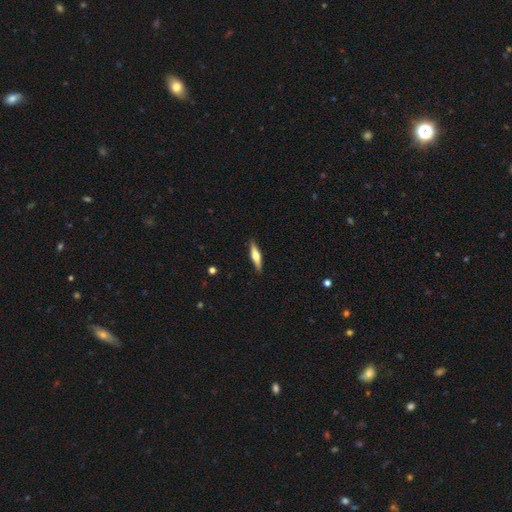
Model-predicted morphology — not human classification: The model was most divided on "smooth or featured": featured or disk: 52%, smooth: 43%, star or artifact: 6%. More confident: edge-on disk — yes (95%); merging — none (90%).